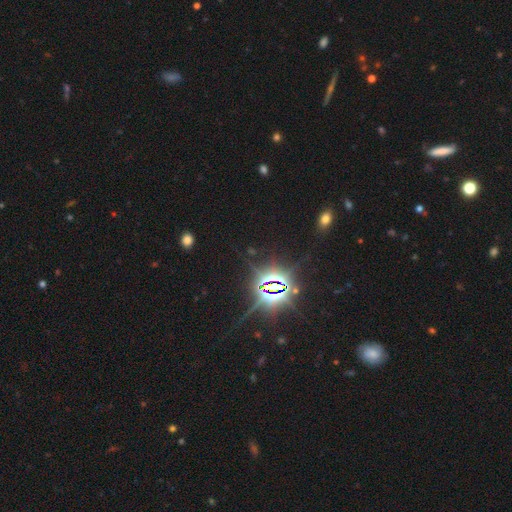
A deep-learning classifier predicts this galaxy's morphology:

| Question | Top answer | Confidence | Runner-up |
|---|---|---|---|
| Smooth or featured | star or artifact | 85% | smooth (9%) |